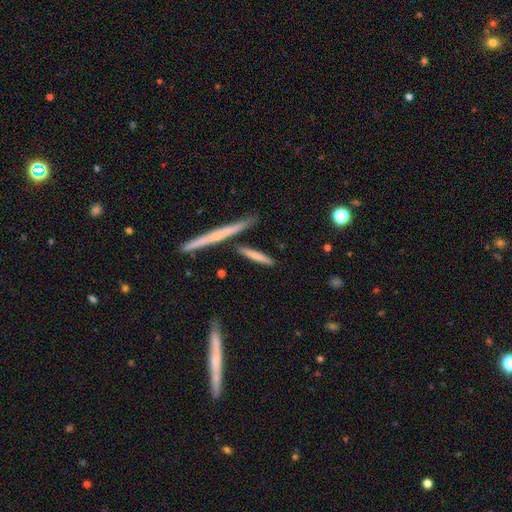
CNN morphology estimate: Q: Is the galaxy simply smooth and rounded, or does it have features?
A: smooth — 68%.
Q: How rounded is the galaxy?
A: cigar-shaped — 90%.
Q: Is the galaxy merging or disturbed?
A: none — 77%.